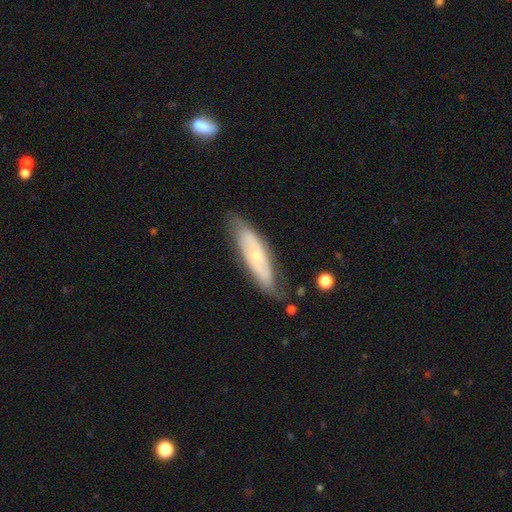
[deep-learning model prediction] Smooth or featured: featured or disk — 58% (smooth — 36%)
Edge-on disk: no — 68% (yes — 32%)
Merging: none — 71% (minor disturbance — 20%)